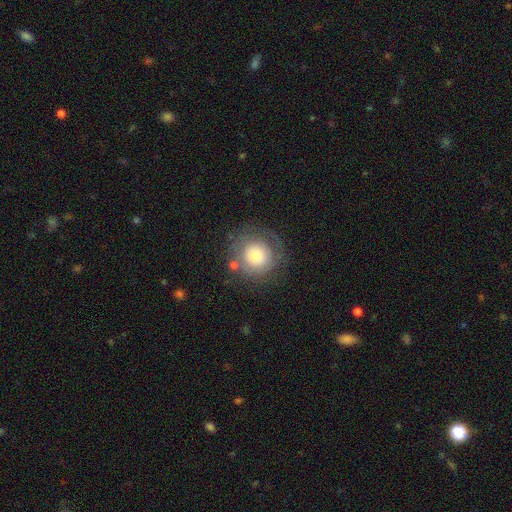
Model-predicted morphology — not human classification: This is likely a smooth galaxy (65%). How rounded: clearly round (93%). Merging: likely none (69%).